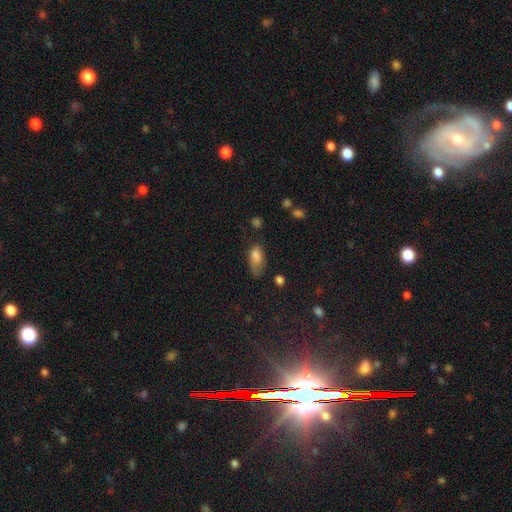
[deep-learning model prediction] Smooth or featured? smooth (78%)
How rounded? in between (86%)
Merging? minor disturbance (37%)